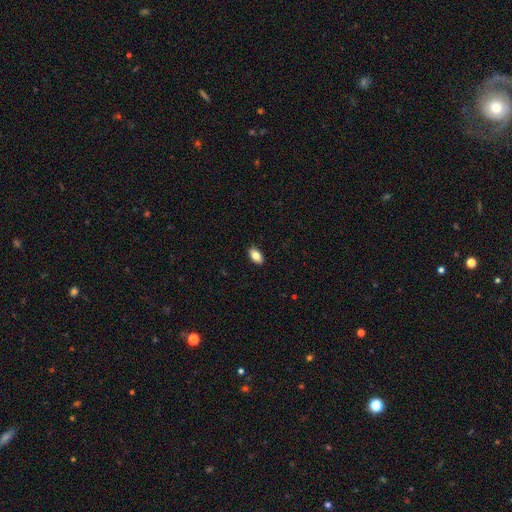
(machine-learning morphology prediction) smooth_or_featured: smooth (p=0.82) [alt: featured or disk p=0.11]
how_rounded: in between (p=0.92) [alt: round p=0.05]
merging: none (p=0.89) [alt: minor disturbance p=0.08]